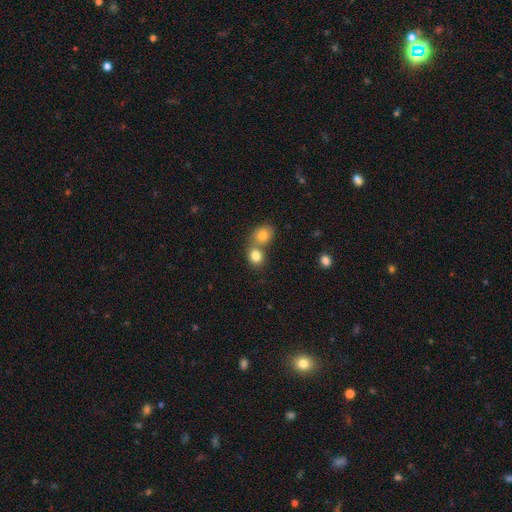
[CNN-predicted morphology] smooth-or-featured: smooth: 82% | star or artifact: 10% | featured or disk: 8%
  how-rounded: round: 68% | in between: 31% | cigar-shaped: 1%
  merging: merger: 53% | none: 39% | minor disturbance: 6% | major disturbance: 2%